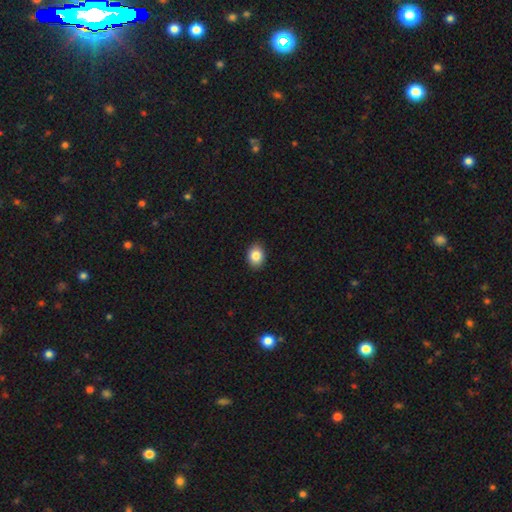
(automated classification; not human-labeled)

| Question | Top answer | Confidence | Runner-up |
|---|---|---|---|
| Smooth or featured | smooth | 85% | star or artifact (9%) |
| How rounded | in between | 64% | round (36%) |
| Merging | none | 89% | minor disturbance (8%) |